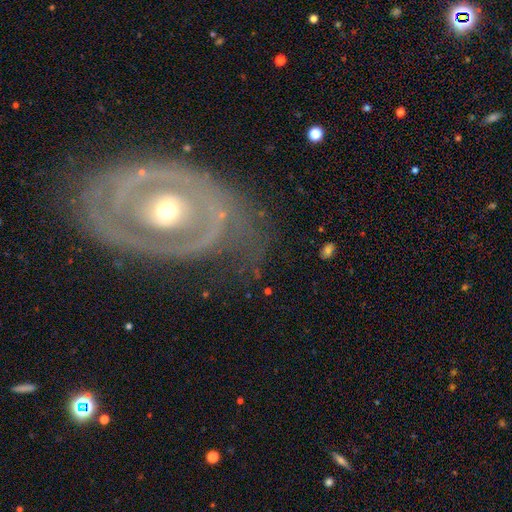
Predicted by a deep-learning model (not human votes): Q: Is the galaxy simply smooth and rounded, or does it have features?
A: featured or disk — 82%.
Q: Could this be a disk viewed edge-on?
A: no — 95%.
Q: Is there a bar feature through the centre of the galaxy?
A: no — 79%.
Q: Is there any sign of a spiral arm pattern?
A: yes — 68%.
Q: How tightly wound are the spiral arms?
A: tight — 63%.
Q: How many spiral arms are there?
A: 2 — 44%.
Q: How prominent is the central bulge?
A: moderate — 64%.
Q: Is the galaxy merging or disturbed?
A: none — 65%.